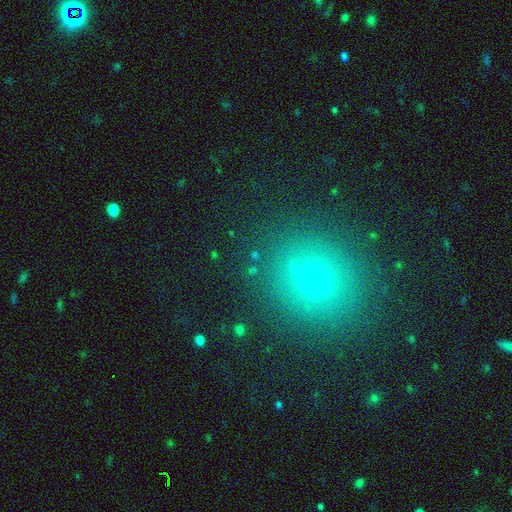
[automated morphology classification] This is possibly a smooth galaxy (48%). Merging: clearly none (80%).